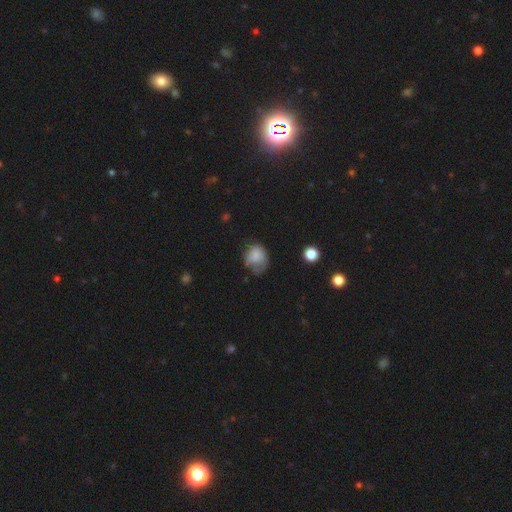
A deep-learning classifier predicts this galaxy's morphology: smooth-or-featured: smooth: 72% | featured or disk: 18% | star or artifact: 10%
  how-rounded: round: 52% | in between: 47% | cigar-shaped: 1%
  merging: minor disturbance: 36% | none: 35% | major disturbance: 27% | merger: 2%